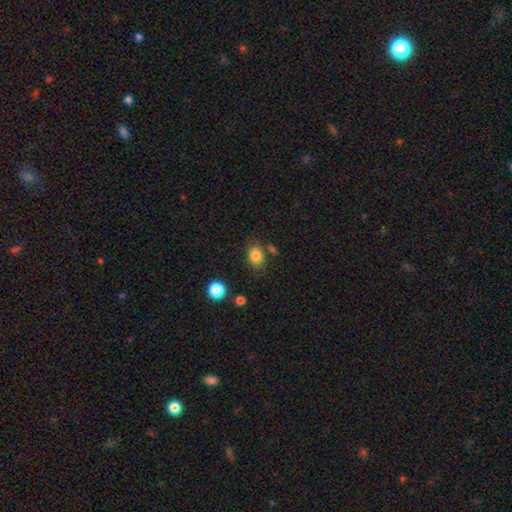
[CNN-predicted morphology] smooth 84%, star or artifact 10%, featured or disk 6%. Down the decision tree: how rounded — in between (59%); merging — none (71%).